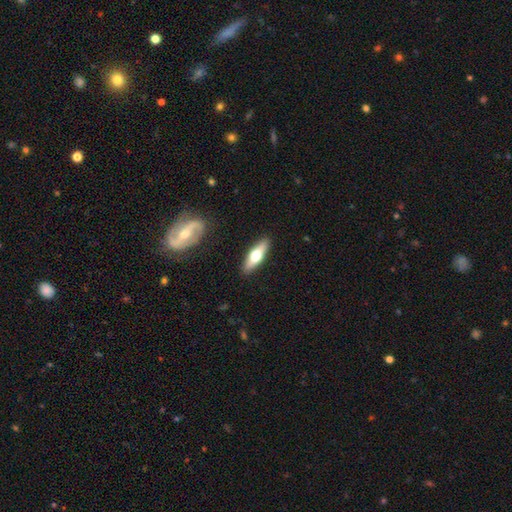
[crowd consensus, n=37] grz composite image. It shows a featured or disk galaxy (54%) viewed edge-on (95%) with a rounded central bulge (100%). Merging: none (92%).